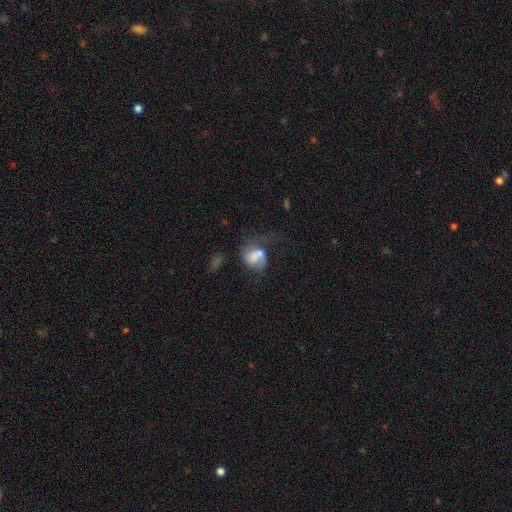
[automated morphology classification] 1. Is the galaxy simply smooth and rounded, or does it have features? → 46% smooth, 45% featured or disk, 9% star or artifact.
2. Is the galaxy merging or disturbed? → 35% merger, 29% major disturbance, 22% none, 15% minor disturbance.